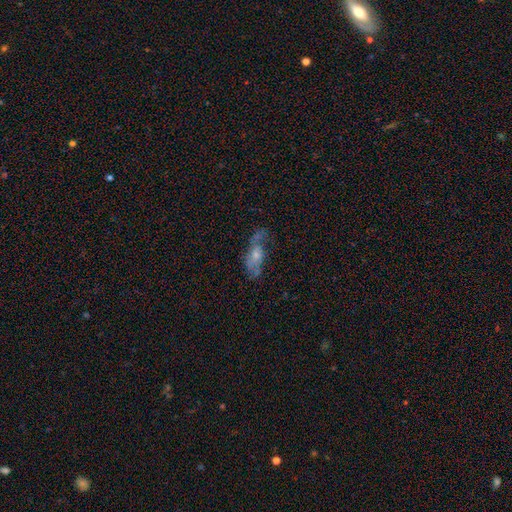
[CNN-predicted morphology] Smooth or featured? Predicted: featured or disk (p=0.48). Merging? Predicted: none (p=0.42).